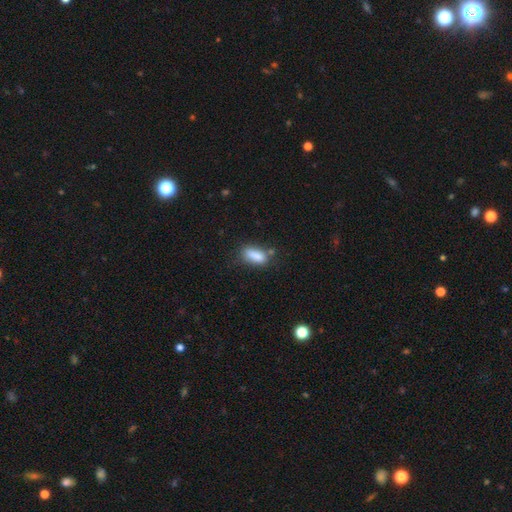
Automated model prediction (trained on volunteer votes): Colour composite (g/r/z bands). It shows a smooth galaxy with no disk features (83%) that is in between round and cigar-shaped (78%). Merging: none (59%).